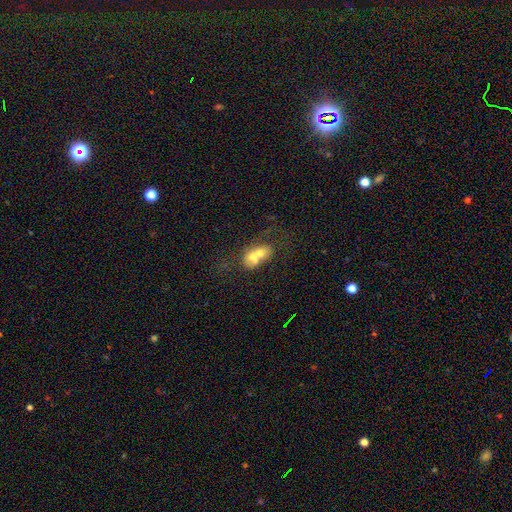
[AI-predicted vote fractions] Overall: smooth (57%; featured or disk 33%). How rounded: in between (63%; round 34%). Merging: merger (72%).